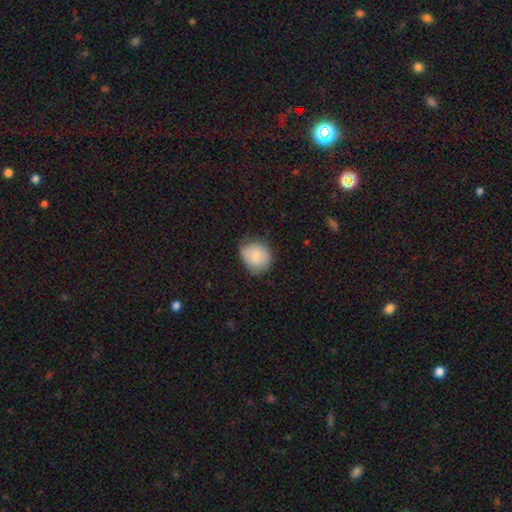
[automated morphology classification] smooth 77%, featured or disk 16%, star or artifact 8%. Down the decision tree: how rounded — round (70%); merging — none (64%).